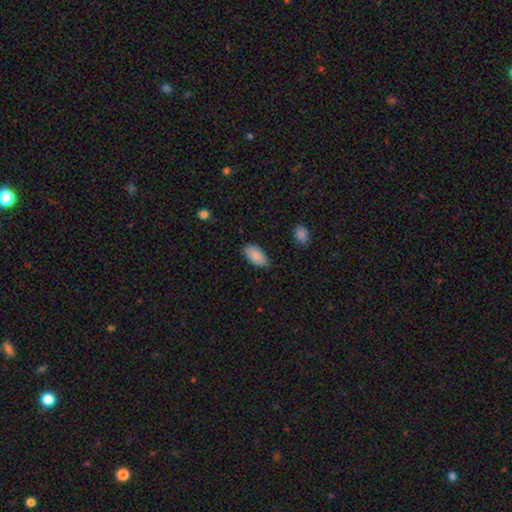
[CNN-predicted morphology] Smooth or featured? Predicted: smooth (p=0.88). How rounded? Predicted: in between (p=0.94). Merging? Predicted: none (p=0.81).